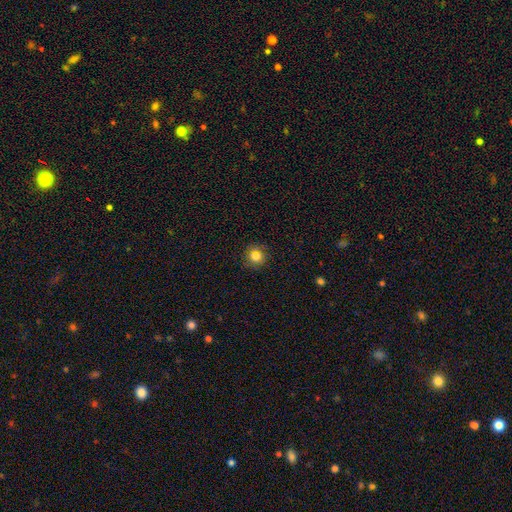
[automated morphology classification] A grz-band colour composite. It shows a smooth galaxy with no disk features (78%) that is round (89%). Merging: none (87%).